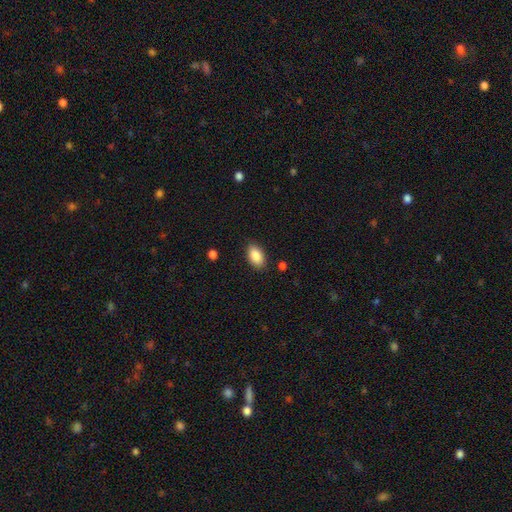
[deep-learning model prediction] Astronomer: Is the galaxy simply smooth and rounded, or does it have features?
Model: smooth — 88%.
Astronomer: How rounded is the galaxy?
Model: in between — 92%.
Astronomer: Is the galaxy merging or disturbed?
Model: none — 86%.